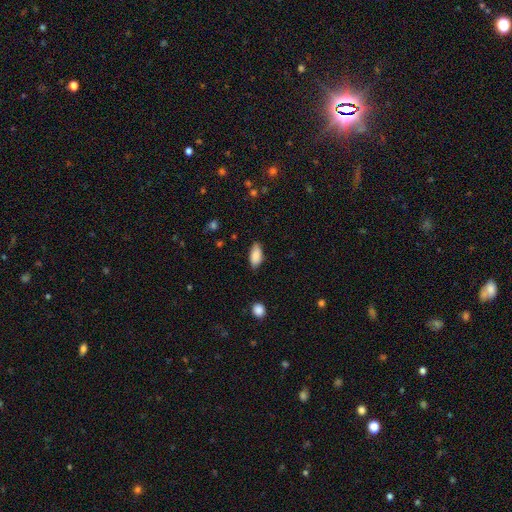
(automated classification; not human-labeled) Smooth or featured?
  - smooth: 86% *
  - featured or disk: 7%
  - star or artifact: 7%
How rounded?
  - in between: 89% *
  - cigar-shaped: 9%
  - round: 2%
Merging?
  - none: 83% *
  - minor disturbance: 13%
  - major disturbance: 2%
  - merger: 1%